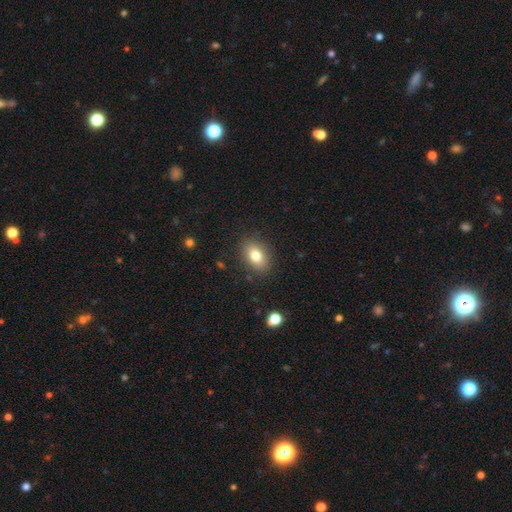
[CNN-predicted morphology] Smooth or featured? Predicted: smooth (p=0.79). How rounded? Predicted: in between (p=0.81). Merging? Predicted: none (p=0.86).